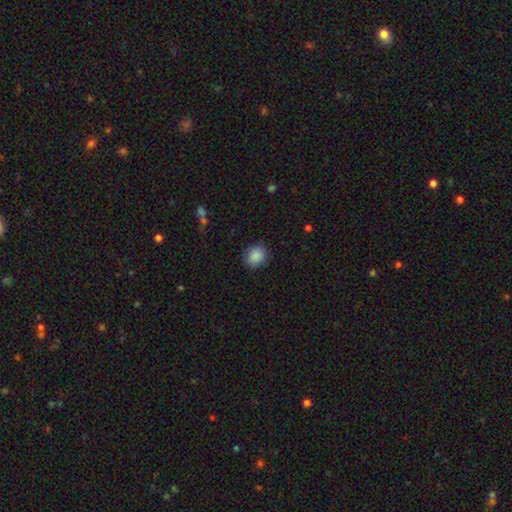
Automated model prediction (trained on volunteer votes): This appears to be a smooth galaxy with no disk features (88%) that is round (62%). Merging: none (87%).